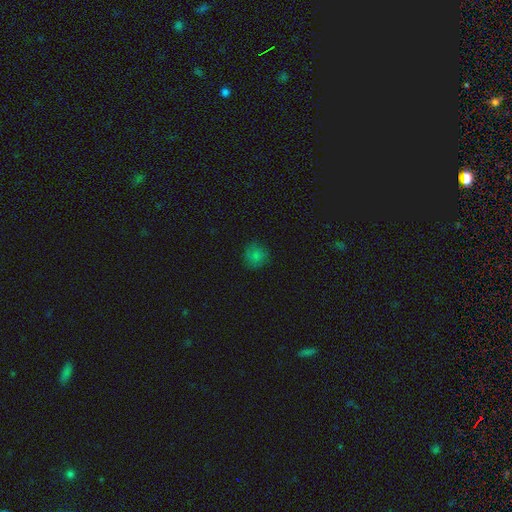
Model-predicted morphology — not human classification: smooth 78%, star or artifact 15%, featured or disk 7%. Down the decision tree: how rounded — round (88%); merging — none (79%).